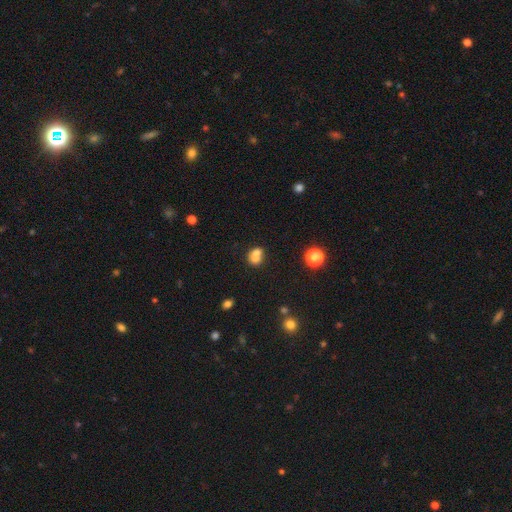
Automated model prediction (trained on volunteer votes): Smooth or featured? Predicted: smooth (p=0.71). How rounded? Predicted: round (p=0.61). Merging? Predicted: merger (p=0.62).